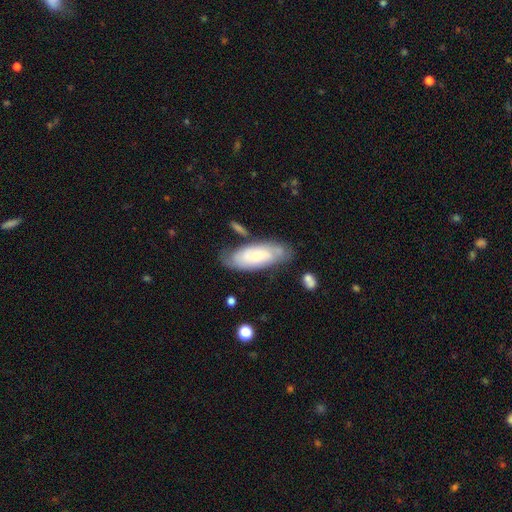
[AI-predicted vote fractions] A featured or disk galaxy (55%).

Vote fractions:
- Smooth or featured? featured or disk: 55% / smooth: 39% / star or artifact: 6%
- Edge-on disk? no: 87% / yes: 13%
- Merging? none: 66% / minor disturbance: 21% / major disturbance: 7% / merger: 6%